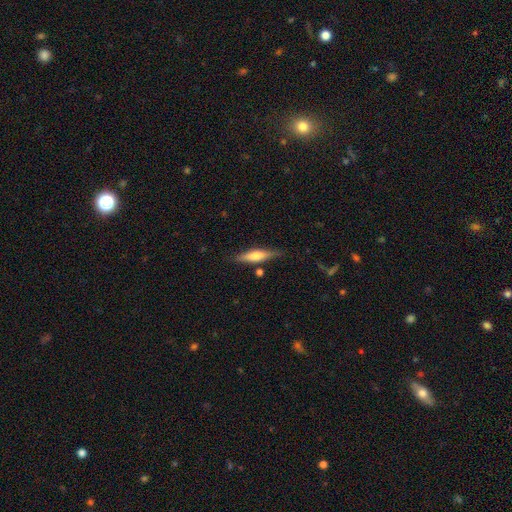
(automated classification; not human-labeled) The model was most divided on "smooth or featured": smooth: 50%, featured or disk: 44%, star or artifact: 6%. More confident: merging — none (80%).